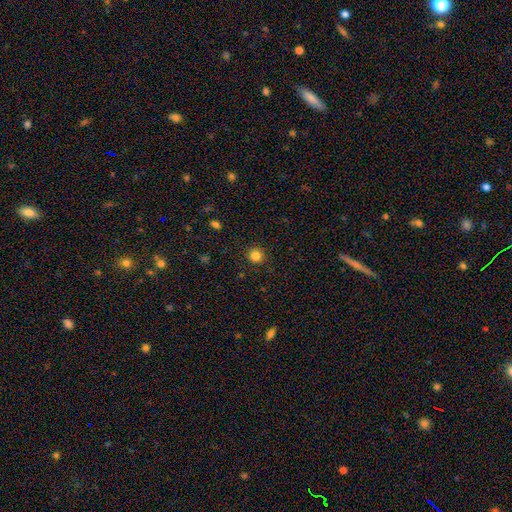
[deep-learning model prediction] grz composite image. It shows a smooth galaxy with no disk features (84%) that is round (95%). Merging: none (91%).